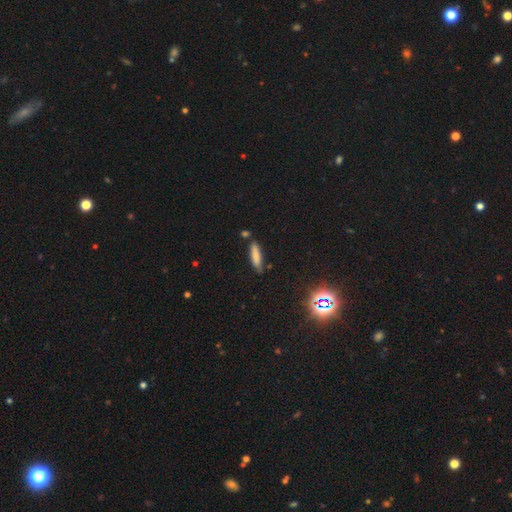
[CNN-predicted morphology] Smooth or featured: smooth — 78% (featured or disk — 12%)
How rounded: cigar-shaped — 71% (in between — 27%)
Merging: none — 77% (minor disturbance — 15%)